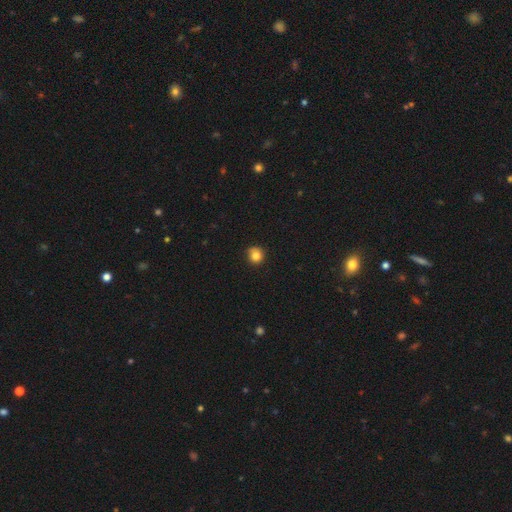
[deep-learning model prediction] Morphology: type=smooth (82%); roundness=round (88%); merging=none (73%).